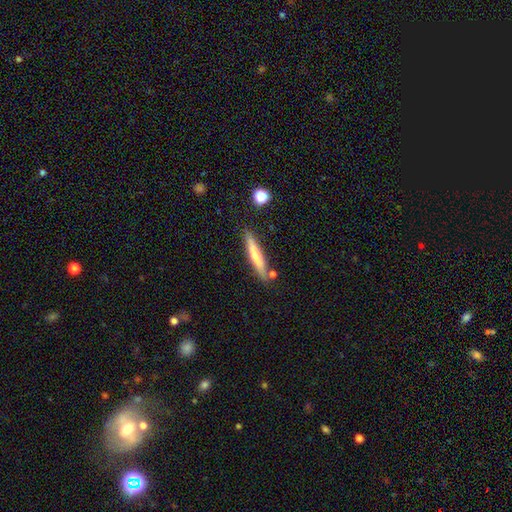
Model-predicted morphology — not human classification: This appears to be a smooth galaxy with no disk features (60%) that is cigar-shaped (92%). Merging: none (80%).